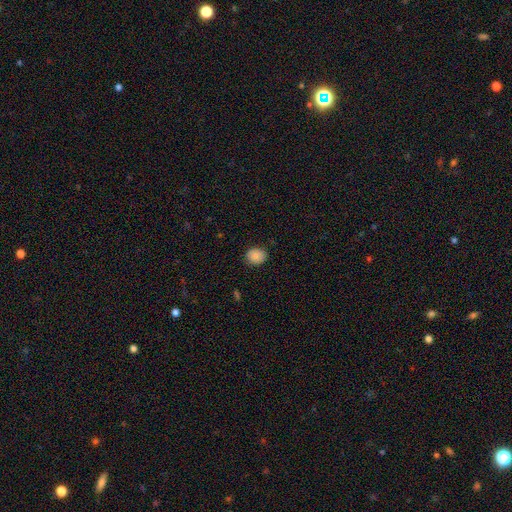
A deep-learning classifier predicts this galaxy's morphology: Overall: smooth (88%). How rounded: round (57%; in between 42%). Merging: none (84%).